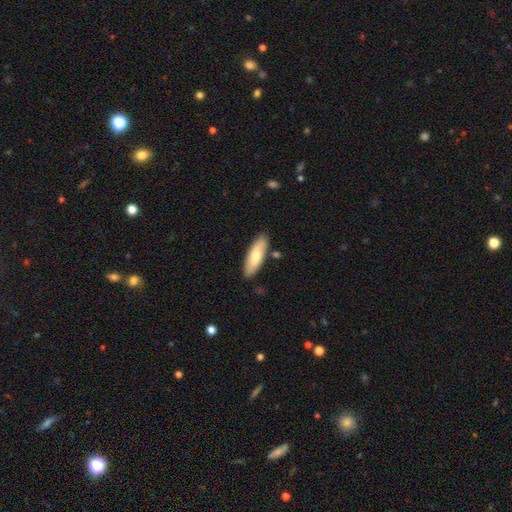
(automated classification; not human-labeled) The model was most divided on "how rounded": in between: 58%, cigar-shaped: 40%, round: 2%. More confident: merging — none (84%); smooth or featured — smooth (73%).